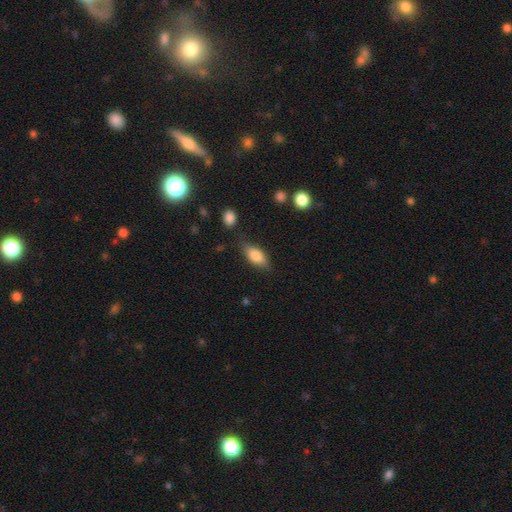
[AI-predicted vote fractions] smooth_or_featured: smooth (p=0.77) [alt: featured or disk p=0.16]
how_rounded: in between (p=0.82) [alt: cigar-shaped p=0.15]
merging: none (p=0.74) [alt: minor disturbance p=0.18]